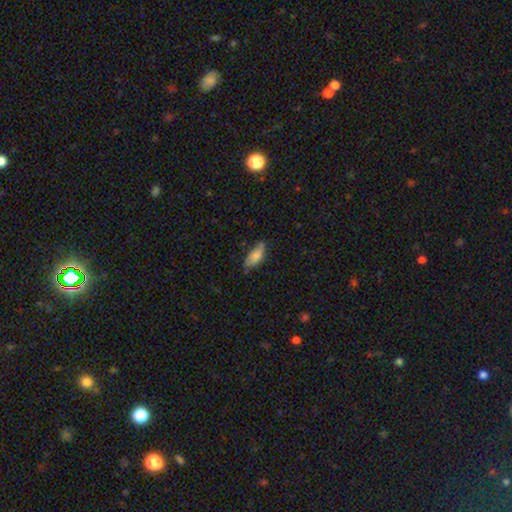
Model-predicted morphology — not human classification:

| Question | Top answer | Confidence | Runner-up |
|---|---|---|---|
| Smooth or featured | smooth | 71% | featured or disk (21%) |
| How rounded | in between | 81% | cigar-shaped (17%) |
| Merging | none | 60% | minor disturbance (30%) |